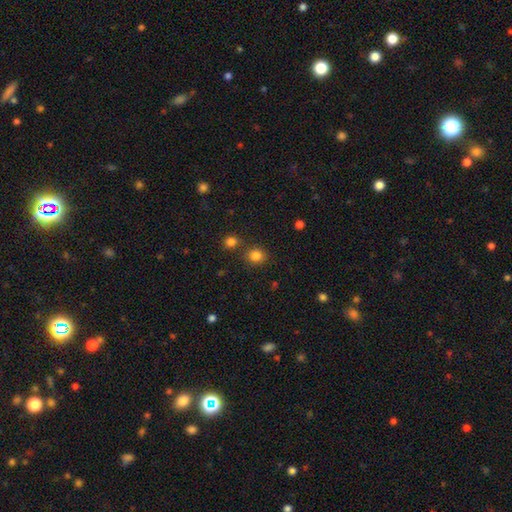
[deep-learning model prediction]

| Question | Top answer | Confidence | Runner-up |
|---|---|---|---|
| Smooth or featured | smooth | 83% | star or artifact (13%) |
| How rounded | round | 79% | in between (20%) |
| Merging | none | 74% | merger (14%) |